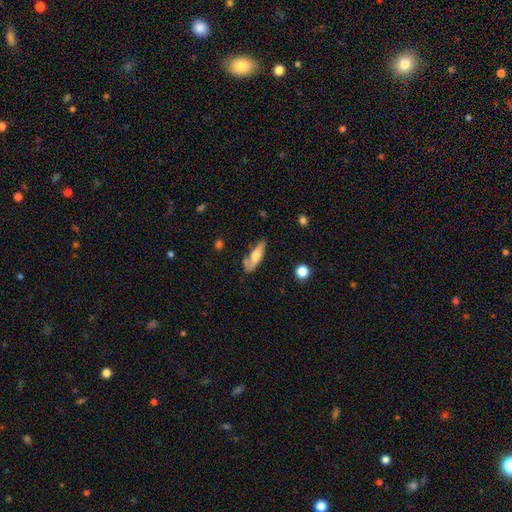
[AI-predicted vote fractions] A smooth galaxy with no disk features (58%) that is in between round and cigar-shaped (53%). Merging: none (56%).